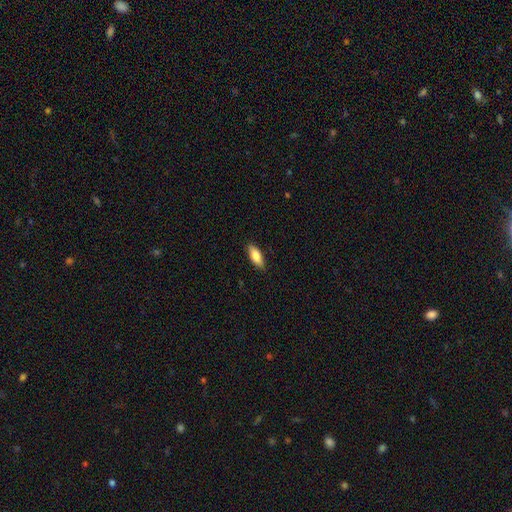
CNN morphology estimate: Smooth or featured: smooth — 82% (featured or disk — 12%)
How rounded: in between — 75% (cigar-shaped — 23%)
Merging: none — 87% (minor disturbance — 10%)